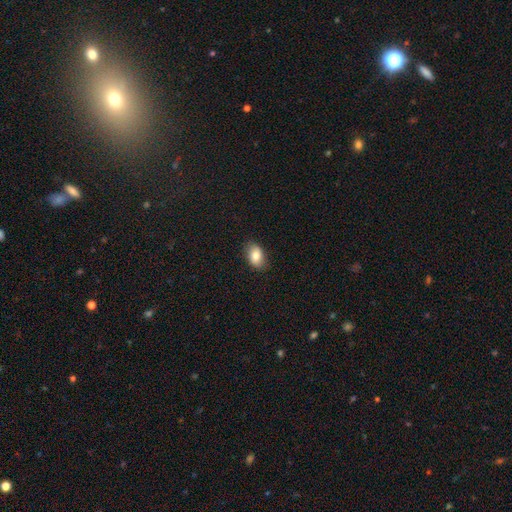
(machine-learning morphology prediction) Q: Smooth or featured?
A: smooth (82%); runner-up: featured or disk (11%)
Q: How rounded?
A: in between (88%); runner-up: round (11%)
Q: Merging?
A: none (85%); runner-up: minor disturbance (12%)